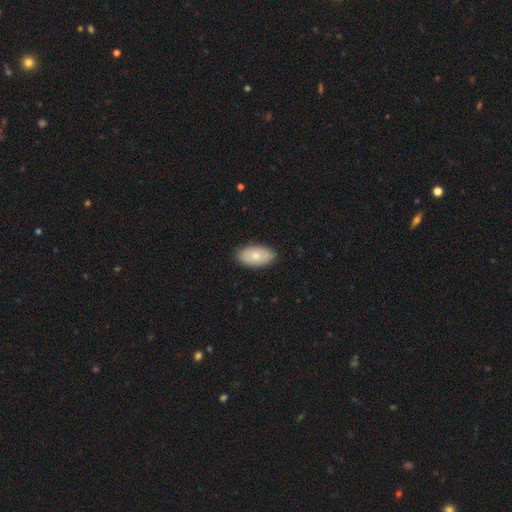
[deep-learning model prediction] Morphology: type=smooth (79%); roundness=in between (94%); merging=none (88%).